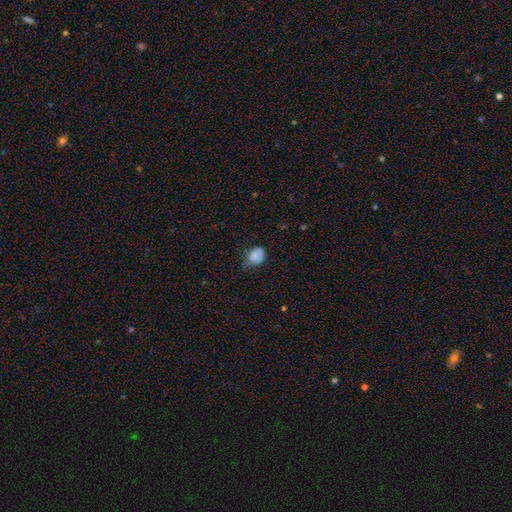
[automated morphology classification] A smooth galaxy with no disk features (73%) that is in between round and cigar-shaped (63%). Merging: none (53%).